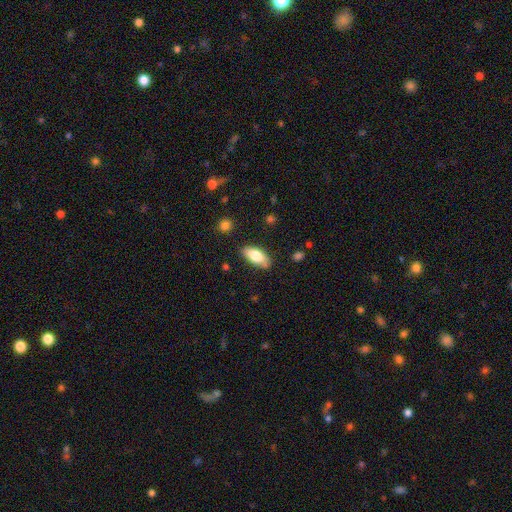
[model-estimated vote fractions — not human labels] smooth_or_featured: smooth (p=0.77) [alt: featured or disk p=0.17]
how_rounded: in between (p=0.86) [alt: cigar-shaped p=0.12]
merging: none (p=0.80) [alt: minor disturbance p=0.16]